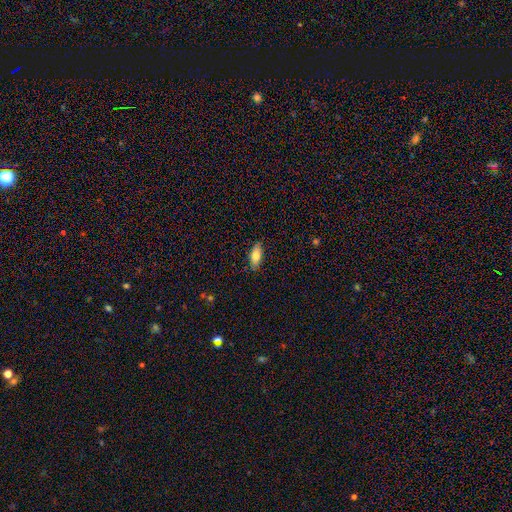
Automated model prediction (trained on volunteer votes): Morphology: type=smooth (72%); roundness=in between (76%); merging=none (87%).